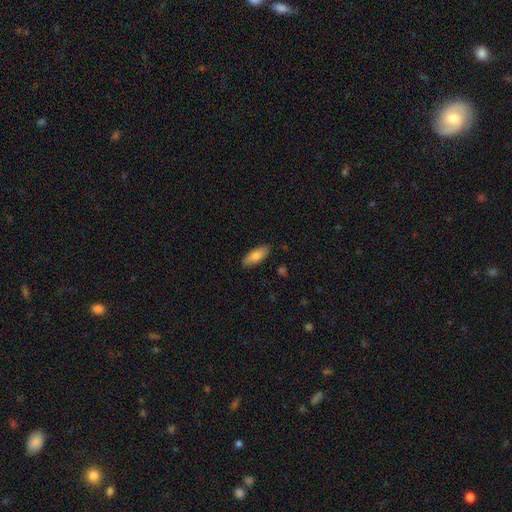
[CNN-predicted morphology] The model was most divided on "how rounded": in between: 79%, cigar-shaped: 19%, round: 2%. More confident: merging — none (87%); smooth or featured — smooth (77%).